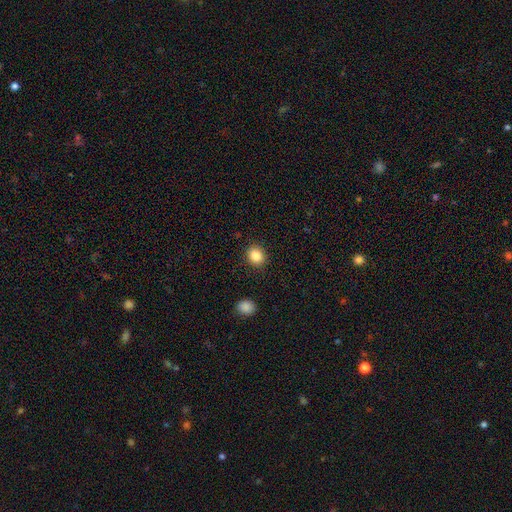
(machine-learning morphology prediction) The model was most divided on "how rounded": round: 70%, in between: 29%, cigar-shaped: 1%. More confident: merging — none (89%); smooth or featured — smooth (86%).